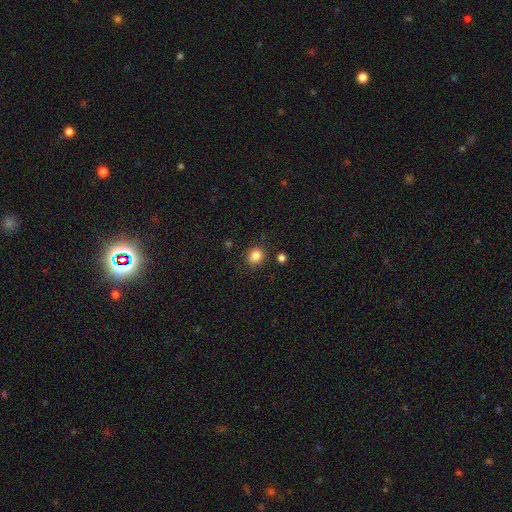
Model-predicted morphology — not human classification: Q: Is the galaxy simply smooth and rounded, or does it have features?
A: smooth — 85%.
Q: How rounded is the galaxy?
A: round — 84%.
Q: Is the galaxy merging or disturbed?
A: none — 86%.